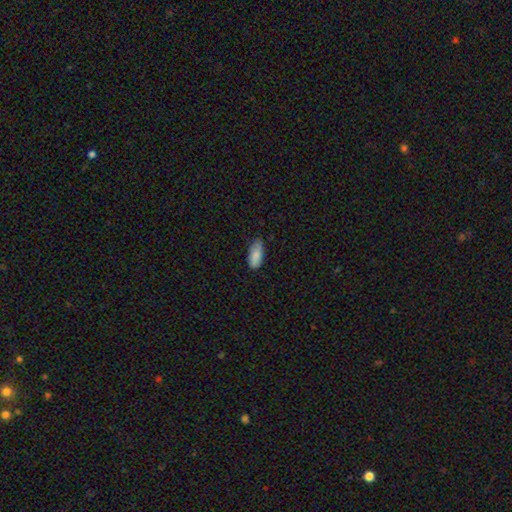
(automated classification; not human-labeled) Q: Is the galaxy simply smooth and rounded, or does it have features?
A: smooth — 88%.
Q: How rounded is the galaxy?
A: in between — 86%.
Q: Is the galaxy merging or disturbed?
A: none — 73%.